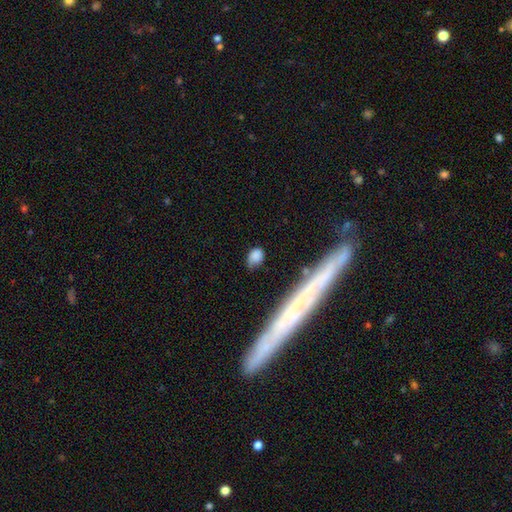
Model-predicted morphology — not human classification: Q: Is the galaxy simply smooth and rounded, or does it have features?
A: smooth — 78%.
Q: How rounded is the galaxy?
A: in between — 52%.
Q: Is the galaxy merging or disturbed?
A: none — 64%.